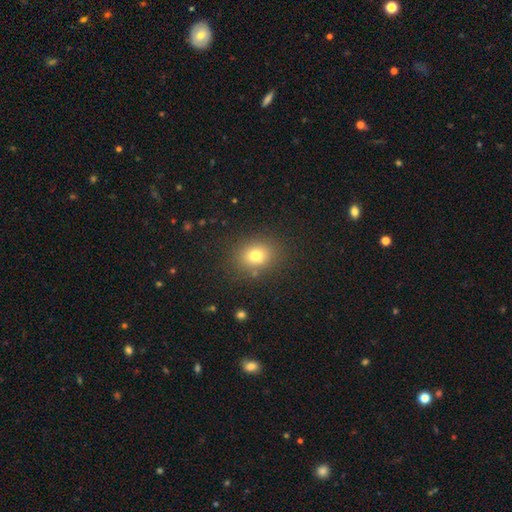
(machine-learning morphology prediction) This appears to be a smooth galaxy with no disk features (75%) that is round (55%). Merging: none (84%).